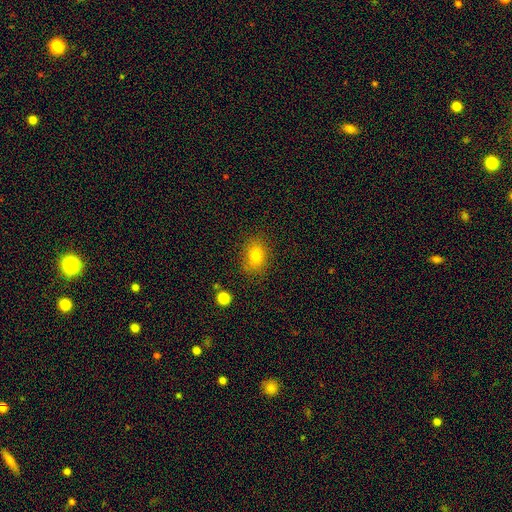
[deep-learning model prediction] Morphology: type=smooth (78%); roundness=in between (60%); merging=none (81%).